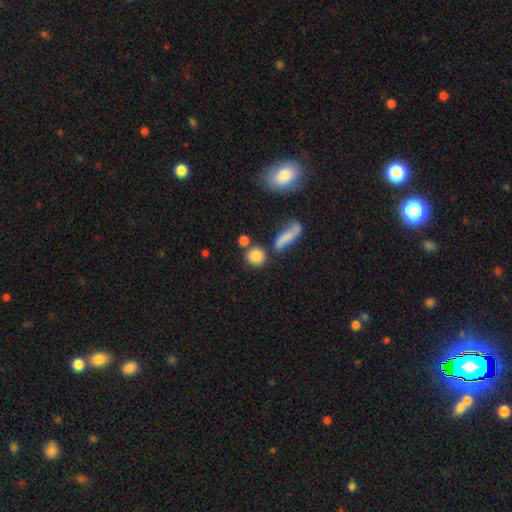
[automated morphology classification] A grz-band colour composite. It shows a smooth galaxy with no disk features (82%) that is round (82%). Merging: none (64%).